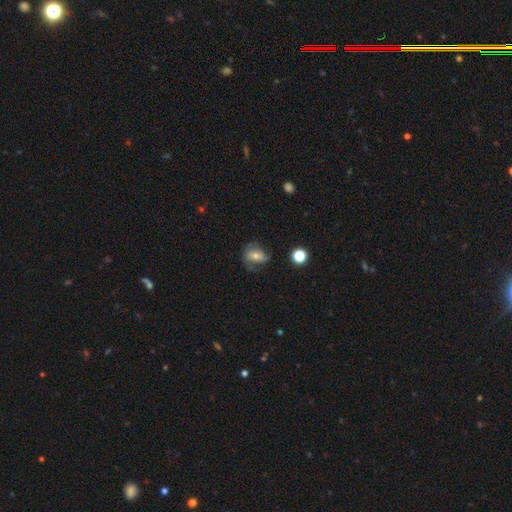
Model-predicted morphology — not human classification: A smooth galaxy with no disk features (52%) that is in between round and cigar-shaped (57%). Merging: none (51%).